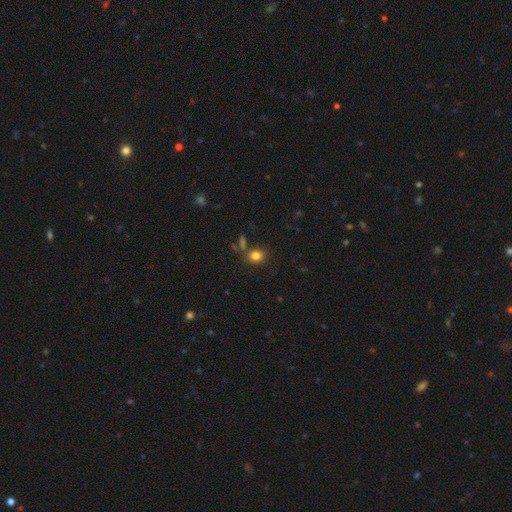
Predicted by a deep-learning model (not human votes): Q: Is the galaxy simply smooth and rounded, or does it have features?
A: smooth — 81%.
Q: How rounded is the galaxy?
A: round — 56%.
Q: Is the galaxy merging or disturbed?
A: none — 76%.